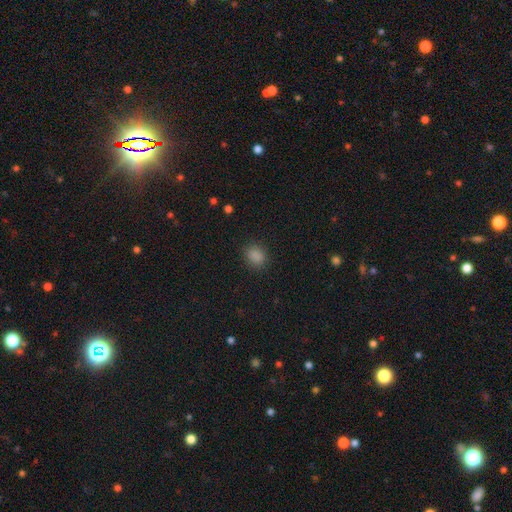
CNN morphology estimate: This is clearly a smooth galaxy (85%). How rounded: possibly round (57%). Merging: clearly none (86%).